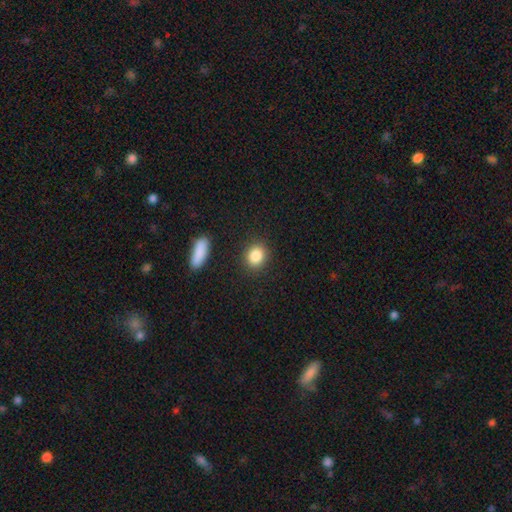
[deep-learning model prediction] Smooth or featured? smooth (87%)
How rounded? round (64%)
Merging? none (88%)